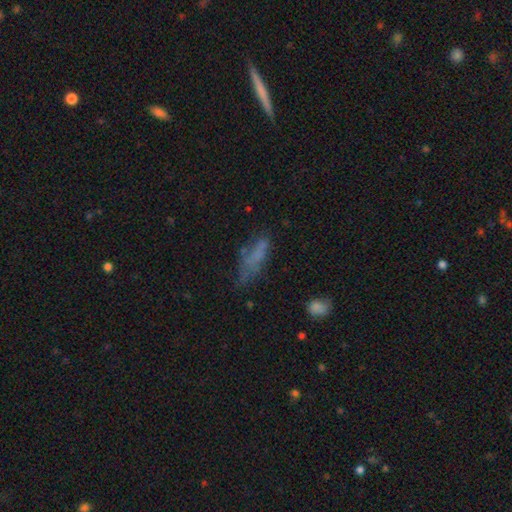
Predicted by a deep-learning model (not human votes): Morphology: type=smooth (55%); roundness=in between (51%); merging=none (42%).